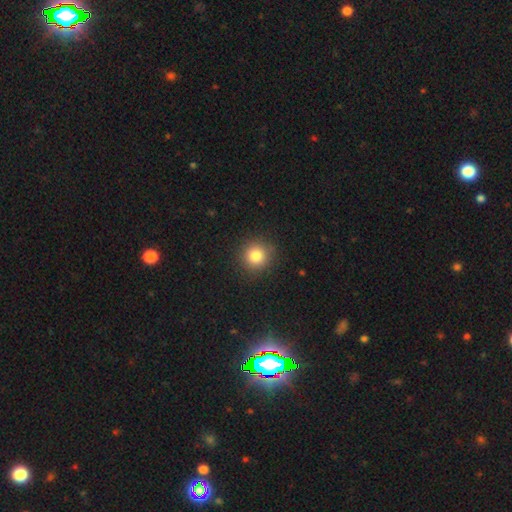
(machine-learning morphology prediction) Smooth or featured: smooth — 82% (star or artifact — 12%)
How rounded: round — 92% (in between — 7%)
Merging: none — 90% (minor disturbance — 7%)